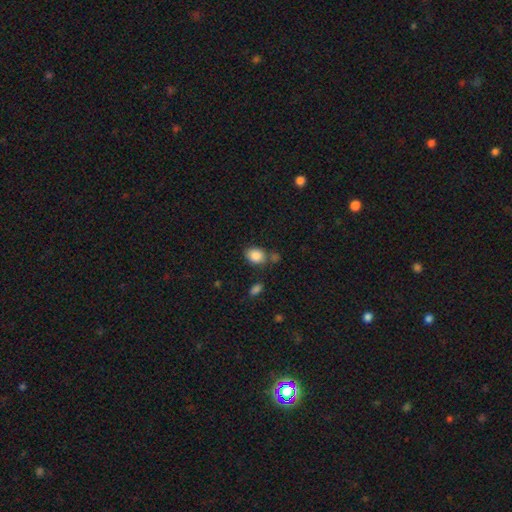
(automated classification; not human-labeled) Q: Smooth or featured?
A: smooth (87%); runner-up: star or artifact (8%)
Q: How rounded?
A: in between (67%); runner-up: round (32%)
Q: Merging?
A: none (66%); runner-up: minor disturbance (16%)